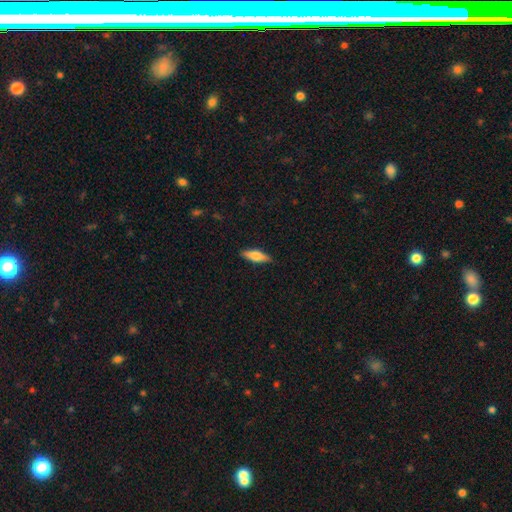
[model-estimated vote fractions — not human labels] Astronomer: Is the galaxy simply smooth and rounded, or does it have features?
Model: smooth — 65%.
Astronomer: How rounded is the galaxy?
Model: in between — 51% (runner-up: cigar-shaped, 47%).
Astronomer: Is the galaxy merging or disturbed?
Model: none — 87%.